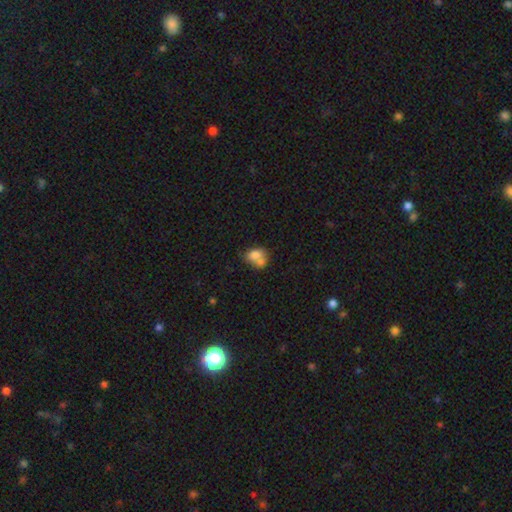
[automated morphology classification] Smooth or featured? smooth (73%)
How rounded? in between (62%)
Merging? merger (57%)